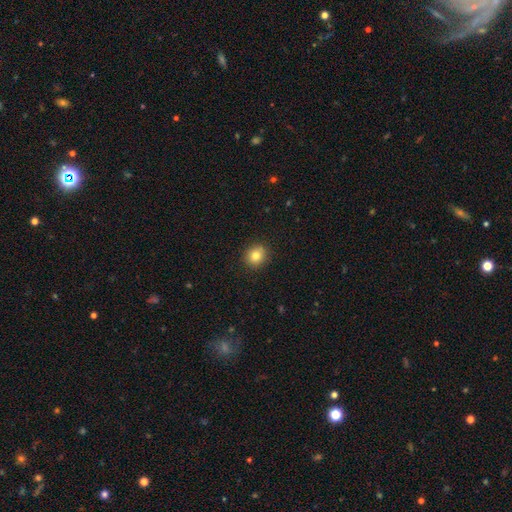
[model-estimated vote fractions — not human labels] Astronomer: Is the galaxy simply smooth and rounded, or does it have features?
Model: smooth — 82%.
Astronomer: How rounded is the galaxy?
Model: round — 85%.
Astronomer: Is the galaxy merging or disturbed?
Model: none — 91%.